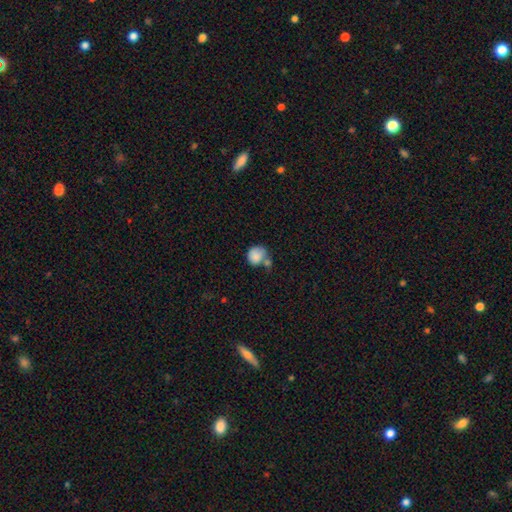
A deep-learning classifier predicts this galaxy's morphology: This is clearly a smooth galaxy (83%). How rounded: likely round (72%). Merging: marginally none (39%).